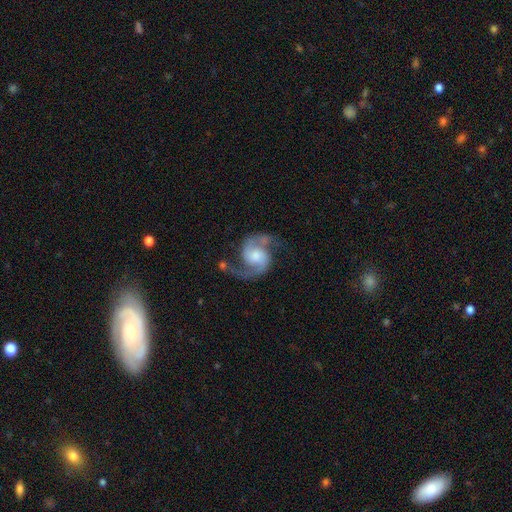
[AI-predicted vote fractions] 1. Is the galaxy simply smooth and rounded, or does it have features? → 92% featured or disk, 4% star or artifact, 4% smooth.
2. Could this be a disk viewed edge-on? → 98% no, 2% yes.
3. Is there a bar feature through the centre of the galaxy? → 61% no, 32% weak, 7% strong.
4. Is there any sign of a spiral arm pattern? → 98% yes, 2% no.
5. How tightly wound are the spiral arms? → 55% medium, 34% loose, 12% tight.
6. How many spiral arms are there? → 94% 2, 1% 1, 1% can't tell, 1% 3, 1% 4, 1% more than 4.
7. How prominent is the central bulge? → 42% moderate, 23% small, 21% large, 11% none, 3% dominant.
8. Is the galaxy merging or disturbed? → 75% none, 15% minor disturbance, 8% major disturbance, 3% merger.